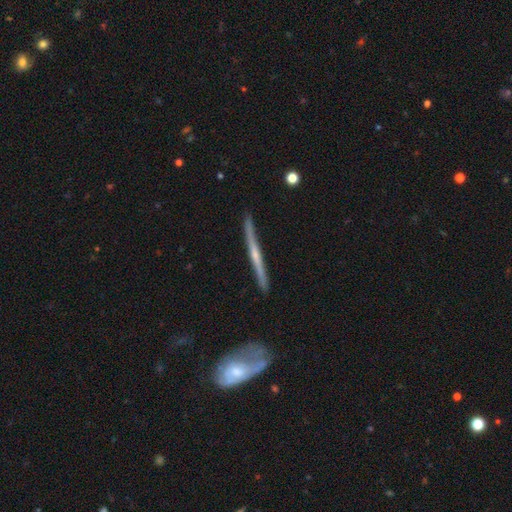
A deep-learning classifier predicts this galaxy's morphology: smooth_or_featured: featured or disk (p=0.77) [alt: smooth p=0.18]
disk_edge_on: yes (p=0.97) [alt: no p=0.03]
edge_on_bulge: rounded (p=0.59) [alt: none p=0.34]
merging: none (p=0.87) [alt: minor disturbance p=0.09]